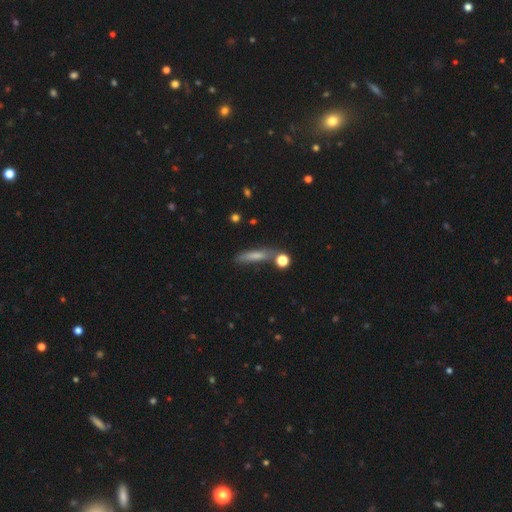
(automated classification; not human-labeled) A smooth galaxy with no disk features (68%) that is cigar-shaped (82%).

Vote fractions:
- Smooth or featured? smooth: 68% / featured or disk: 22% / star or artifact: 10%
- How rounded? cigar-shaped: 82% / in between: 14% / round: 4%
- Merging? none: 66% / minor disturbance: 18% / merger: 9% / major disturbance: 7%